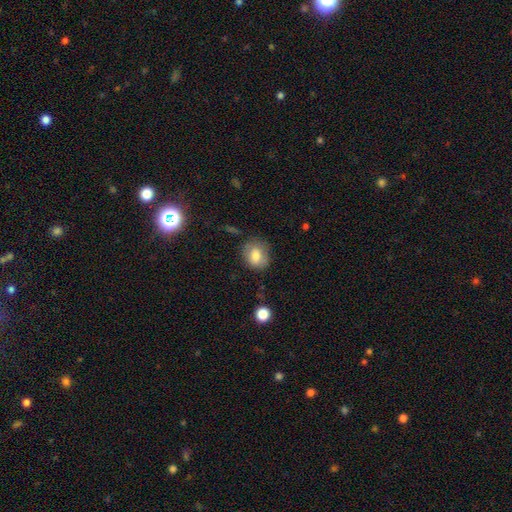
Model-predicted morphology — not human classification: Smooth or featured? smooth (78%)
How rounded? round (62%)
Merging? none (75%)